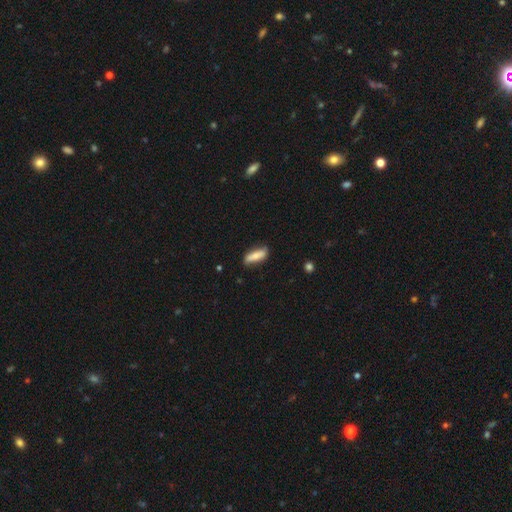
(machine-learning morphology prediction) Smooth or featured? smooth (70%)
How rounded? cigar-shaped (50%)
Merging? none (74%)